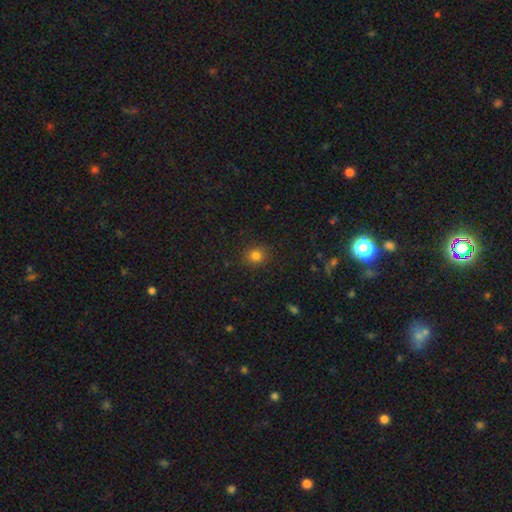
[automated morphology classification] A smooth galaxy with no disk features (81%) that is round (80%). Merging: none (88%).